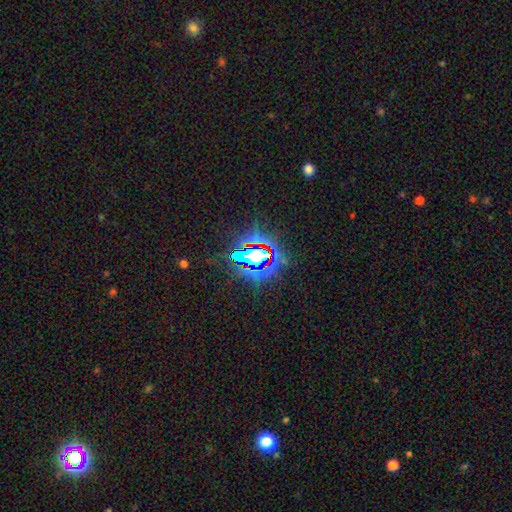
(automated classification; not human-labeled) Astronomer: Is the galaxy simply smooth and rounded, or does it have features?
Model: star or artifact — 69%.